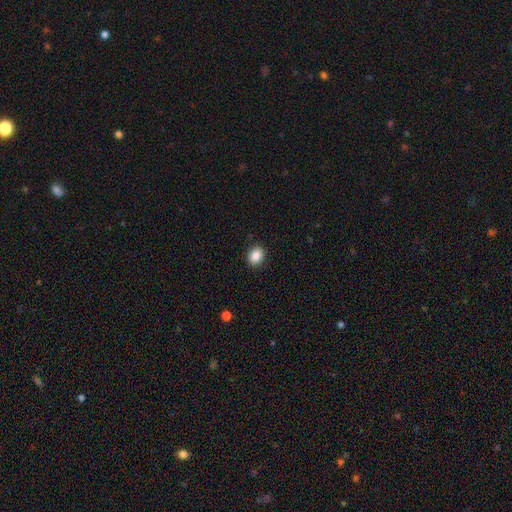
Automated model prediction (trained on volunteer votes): Overall: smooth (87%). How rounded: in between (56%; round 43%). Merging: none (90%).